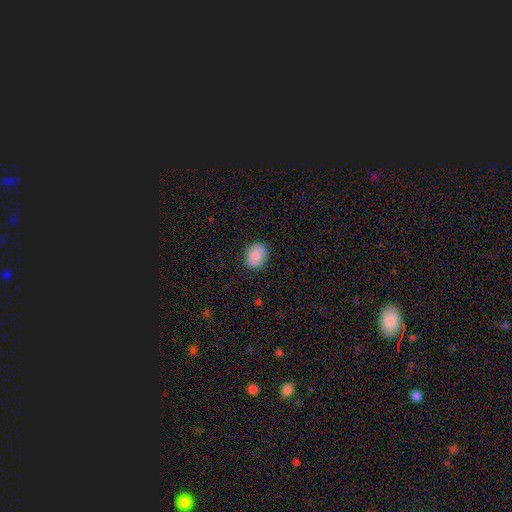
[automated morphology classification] smooth 88%, star or artifact 7%, featured or disk 4%. Down the decision tree: how rounded — in between (62%); merging — none (86%).